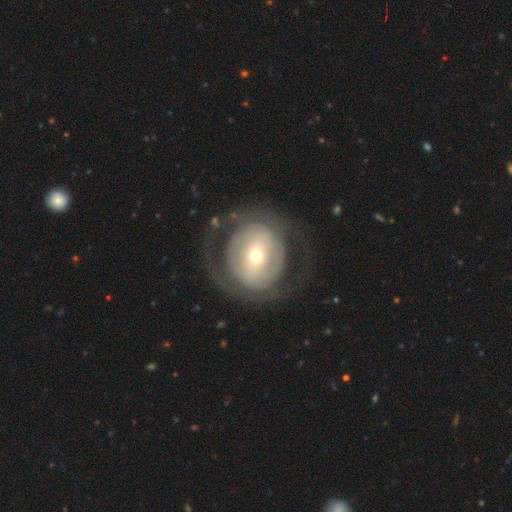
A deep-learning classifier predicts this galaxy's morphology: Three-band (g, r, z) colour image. It shows a featured or disk galaxy (71%) with no bar (49%), spiral arms (61%) and a small central bulge (62%). Merging: none (70%).